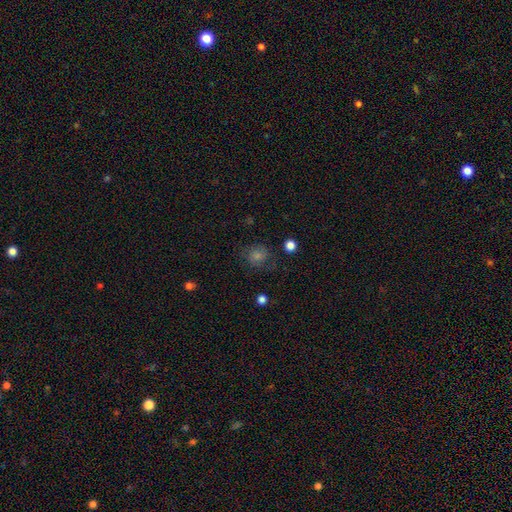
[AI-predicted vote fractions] This appears to be a smooth galaxy with no disk features (47%). Merging: none (71%).